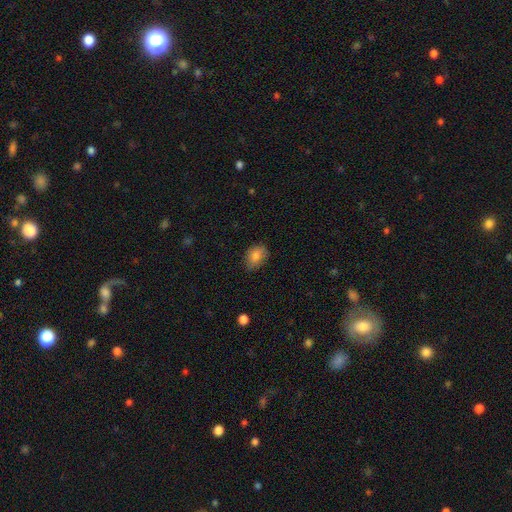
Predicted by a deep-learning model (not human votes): Overall: smooth (82%). How rounded: in between (75%). Merging: none (77%).